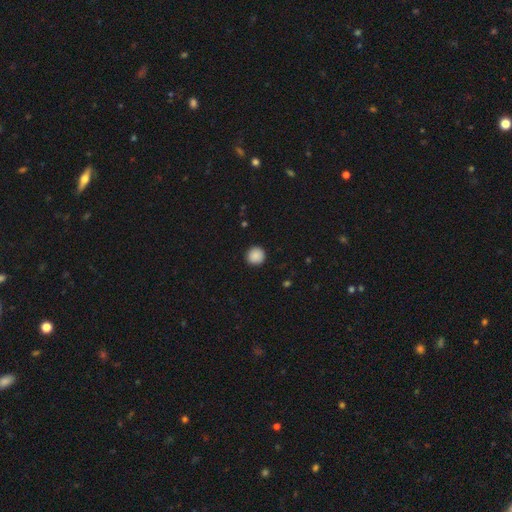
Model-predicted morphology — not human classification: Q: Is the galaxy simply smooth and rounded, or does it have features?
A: smooth — 88%.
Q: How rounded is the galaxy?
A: round — 95%.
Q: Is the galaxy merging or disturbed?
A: none — 92%.